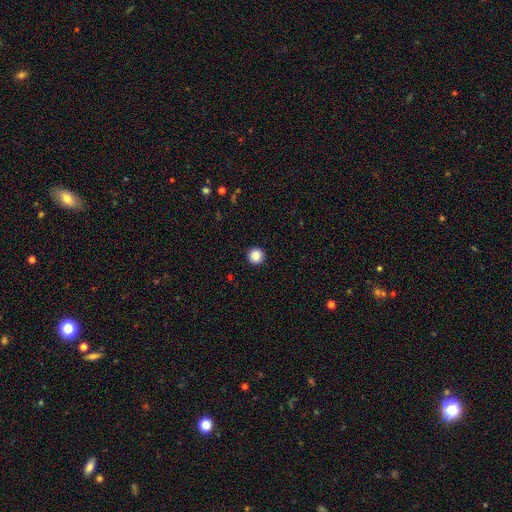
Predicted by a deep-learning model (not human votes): This is clearly a smooth galaxy (88%). How rounded: clearly round (96%). Merging: clearly none (94%).